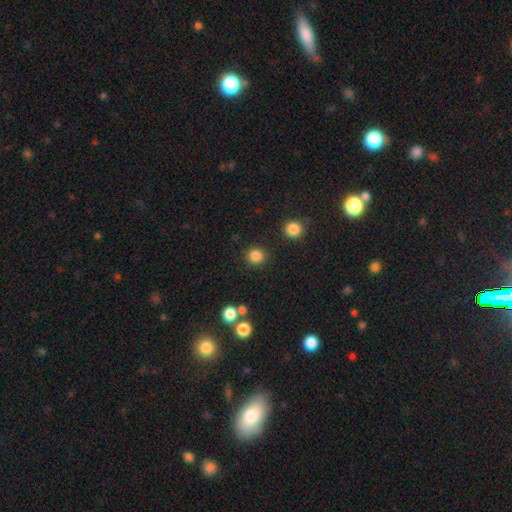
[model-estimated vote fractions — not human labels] This appears to be a smooth galaxy with no disk features (85%) that is round (91%). Merging: none (89%).